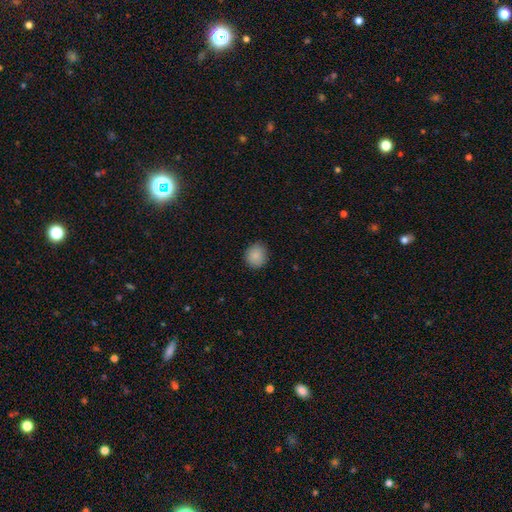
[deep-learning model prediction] Overall: smooth (88%). How rounded: round (85%). Merging: none (89%).